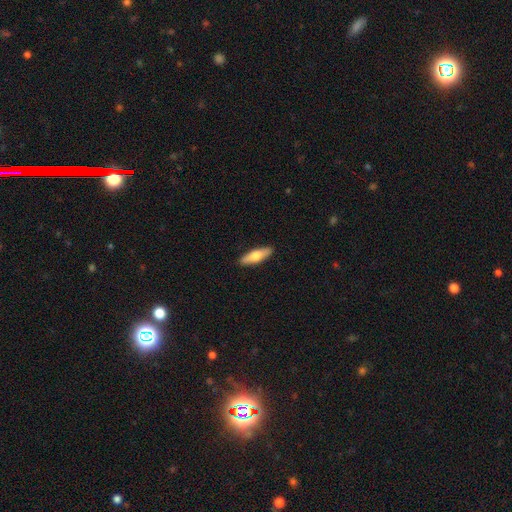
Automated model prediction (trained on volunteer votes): Smooth or featured? Predicted: smooth (p=0.66). How rounded? Predicted: cigar-shaped (p=0.57). Merging? Predicted: none (p=0.91).